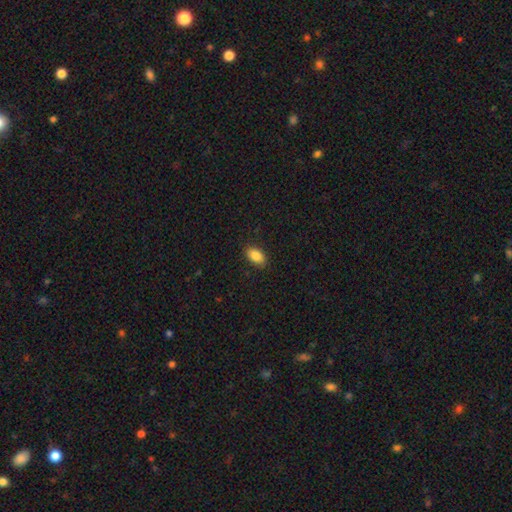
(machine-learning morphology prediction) The model was most divided on "merging": none: 88%, minor disturbance: 9%, major disturbance: 2%, merger: 1%. More confident: how rounded — in between (92%); smooth or featured — smooth (87%).